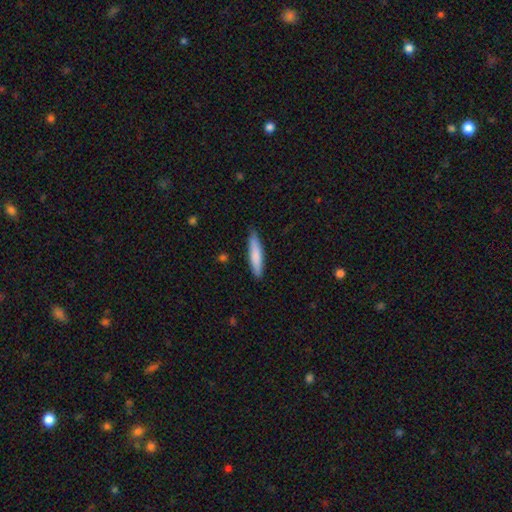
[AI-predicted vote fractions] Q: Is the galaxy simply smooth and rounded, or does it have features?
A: smooth — 79%.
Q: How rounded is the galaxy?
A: cigar-shaped — 84%.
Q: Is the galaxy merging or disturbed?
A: none — 84%.